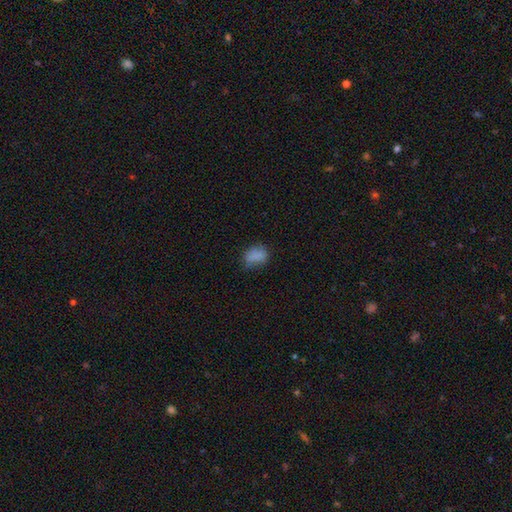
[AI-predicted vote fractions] Q: Smooth or featured?
A: smooth (80%); runner-up: star or artifact (11%)
Q: How rounded?
A: in between (70%); runner-up: round (28%)
Q: Merging?
A: none (59%); runner-up: minor disturbance (29%)